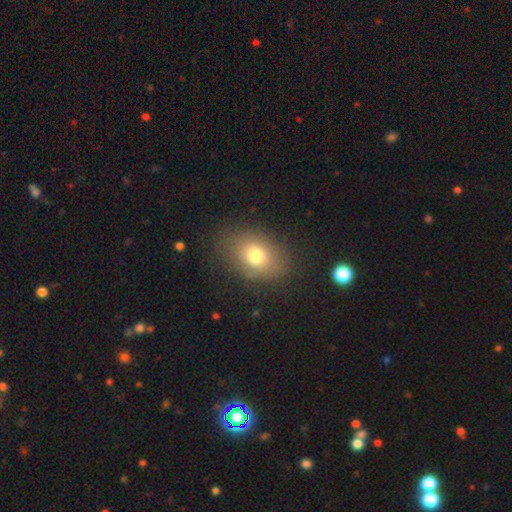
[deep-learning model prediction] Smooth or featured? Predicted: smooth (p=0.73). How rounded? Predicted: in between (p=0.69). Merging? Predicted: none (p=0.80).